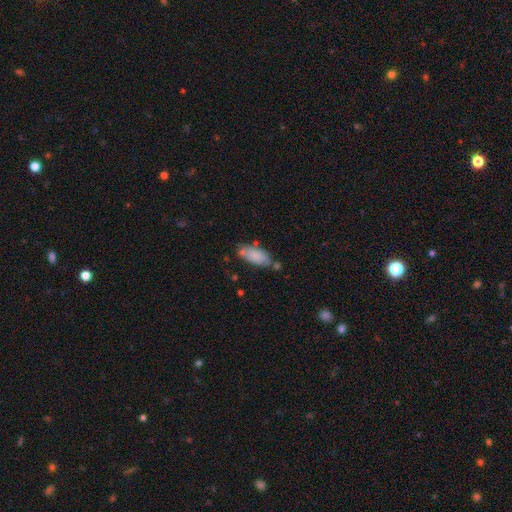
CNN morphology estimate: smooth_or_featured: smooth (p=0.79) [alt: featured or disk p=0.15]
how_rounded: in between (p=0.83) [alt: cigar-shaped p=0.15]
merging: none (p=0.59) [alt: minor disturbance p=0.23]